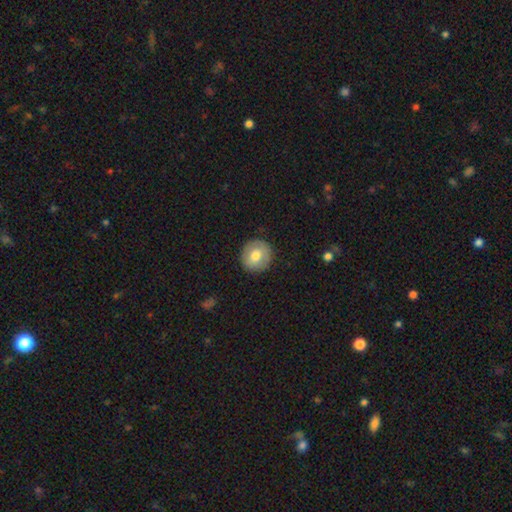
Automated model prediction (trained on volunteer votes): The model was most divided on "smooth or featured": smooth: 72%, featured or disk: 21%, star or artifact: 7%. More confident: how rounded — round (93%); merging — none (89%).